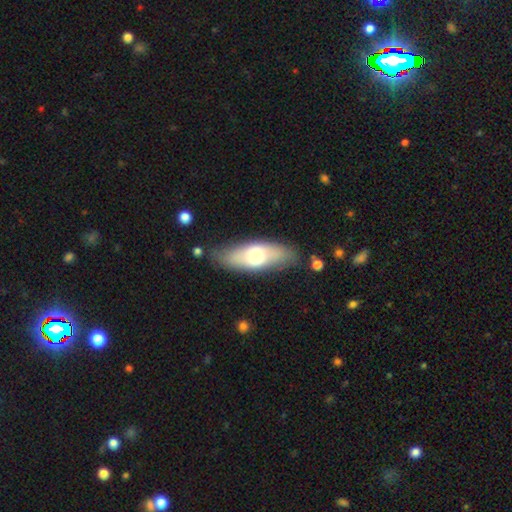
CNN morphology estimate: Smooth or featured: smooth — 62% (featured or disk — 32%)
How rounded: in between — 68% (cigar-shaped — 29%)
Merging: none — 81% (minor disturbance — 13%)